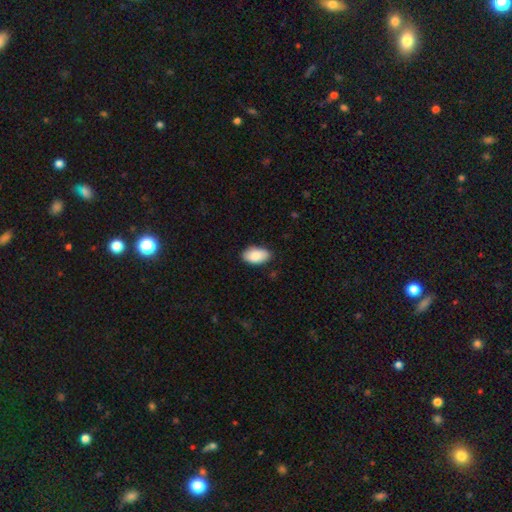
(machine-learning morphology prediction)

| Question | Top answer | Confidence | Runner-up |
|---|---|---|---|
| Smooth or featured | smooth | 87% | featured or disk (7%) |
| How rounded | in between | 95% | round (4%) |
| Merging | none | 84% | minor disturbance (13%) |